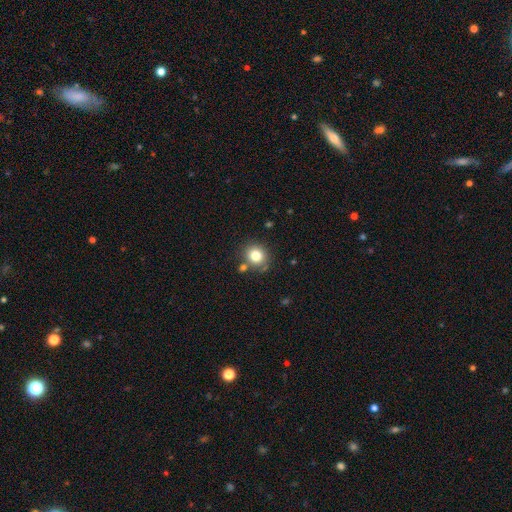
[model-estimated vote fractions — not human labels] smooth_or_featured: smooth (p=0.80) [alt: star or artifact p=0.11]
how_rounded: round (p=0.82) [alt: in between p=0.17]
merging: none (p=0.76) [alt: minor disturbance p=0.12]